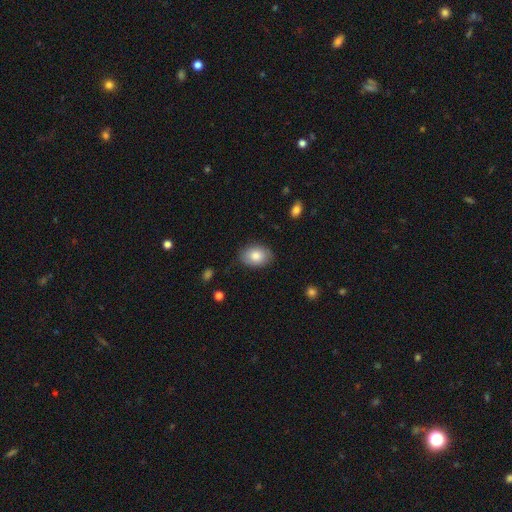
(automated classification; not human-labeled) This is clearly a smooth galaxy (81%). How rounded: clearly in between (82%). Merging: clearly none (83%).